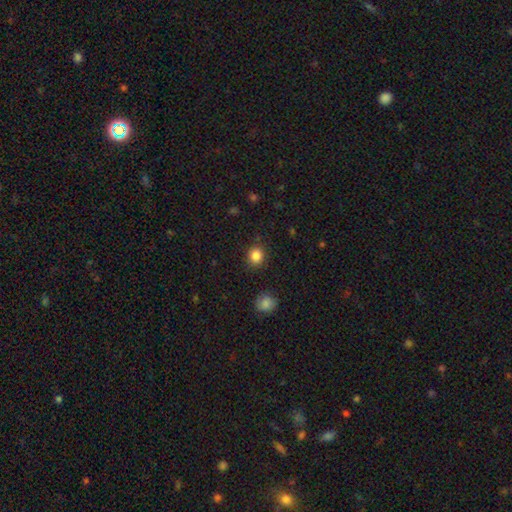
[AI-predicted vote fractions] Smooth or featured: smooth — 85% (star or artifact — 11%)
How rounded: round — 85% (in between — 14%)
Merging: none — 88% (minor disturbance — 8%)